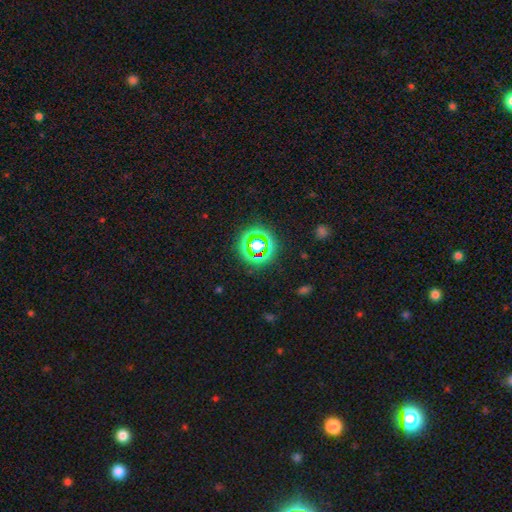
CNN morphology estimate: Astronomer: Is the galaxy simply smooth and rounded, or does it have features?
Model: star or artifact — 64%.